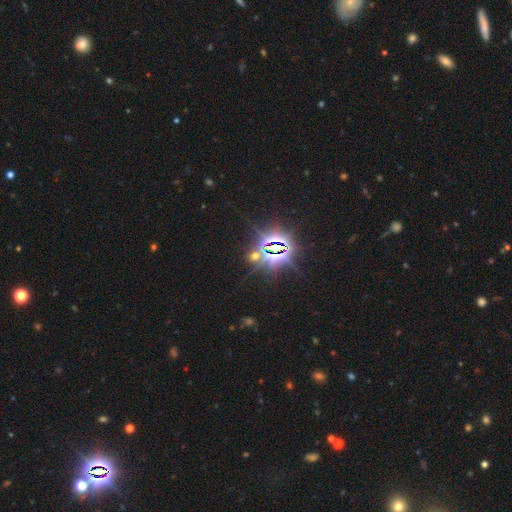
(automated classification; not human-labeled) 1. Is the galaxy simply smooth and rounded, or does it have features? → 80% star or artifact, 13% smooth, 8% featured or disk.